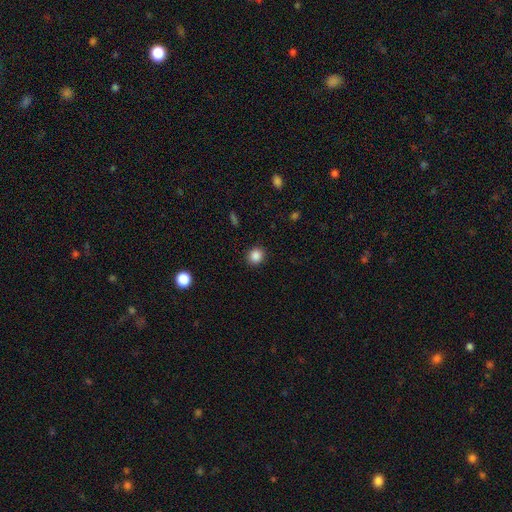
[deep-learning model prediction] A smooth galaxy with no disk features (87%) that is round (84%). Merging: none (91%).